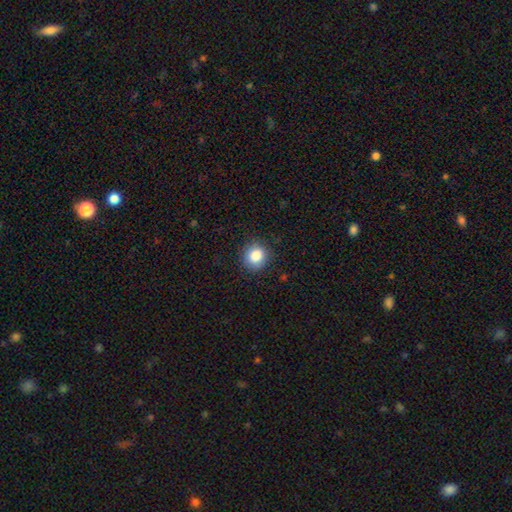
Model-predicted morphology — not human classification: Q: Smooth or featured?
A: smooth (85%); runner-up: star or artifact (10%)
Q: How rounded?
A: round (84%); runner-up: in between (15%)
Q: Merging?
A: none (87%); runner-up: minor disturbance (10%)